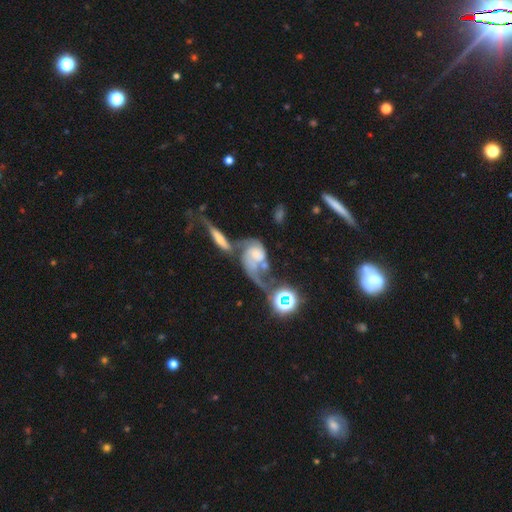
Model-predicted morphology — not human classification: This is likely a featured or disk galaxy (66%). It is clearly not viewed edge-on (96%). Bar: likely no (72%). Spiral arm pattern: clearly yes (81%). Spiral arm count: possibly 2 (55%). Spiral winding: possibly loose (56%). Central bulge: marginally none (28%). Merging: possibly merger (58%).